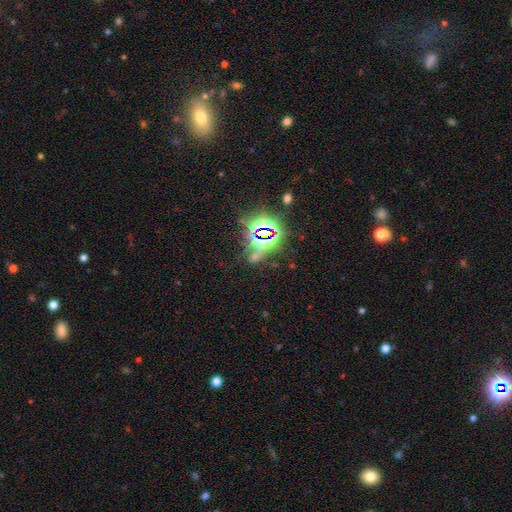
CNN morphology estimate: star or artifact 79%, smooth 12%, featured or disk 8%.